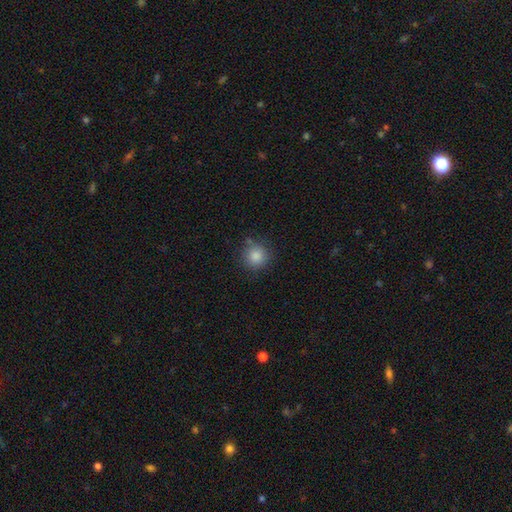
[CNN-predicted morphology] The model was most divided on "merging": none: 83%, minor disturbance: 11%, merger: 3%, major disturbance: 3%. More confident: how rounded — round (94%); smooth or featured — smooth (84%).